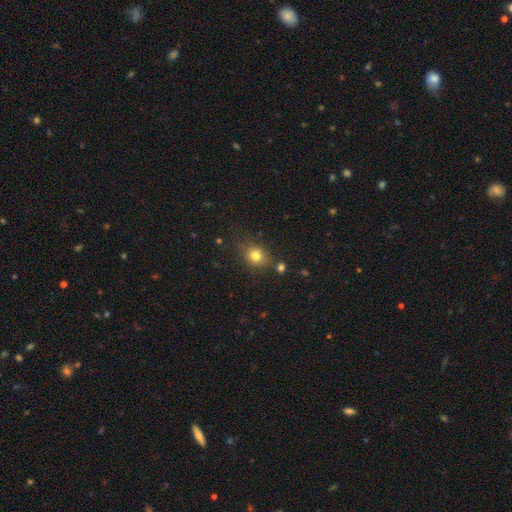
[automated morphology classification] Smooth or featured?
  - smooth: 77% *
  - star or artifact: 14%
  - featured or disk: 9%
How rounded?
  - round: 68% *
  - in between: 31%
  - cigar-shaped: 1%
Merging?
  - none: 73% *
  - minor disturbance: 16%
  - merger: 6%
  - major disturbance: 5%